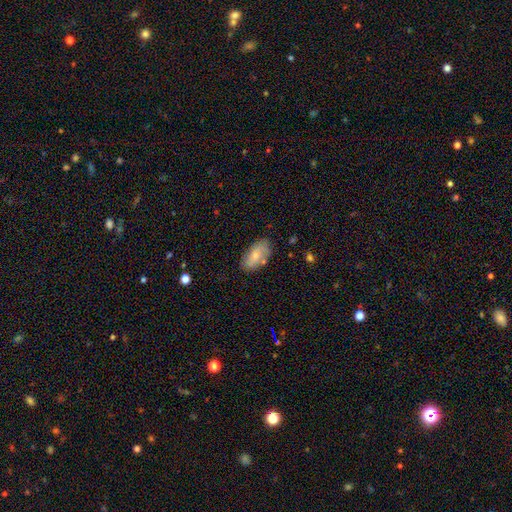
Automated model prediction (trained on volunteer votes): This appears to be a smooth galaxy with no disk features (73%) that is in between round and cigar-shaped (93%). Merging: none (76%).